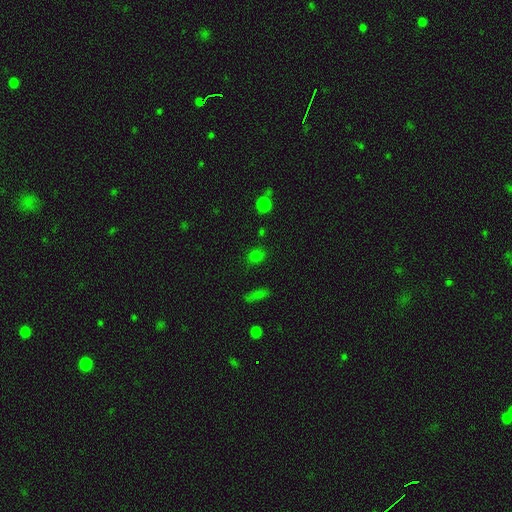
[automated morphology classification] Smooth or featured? smooth (74%)
How rounded? round (68%)
Merging? none (81%)